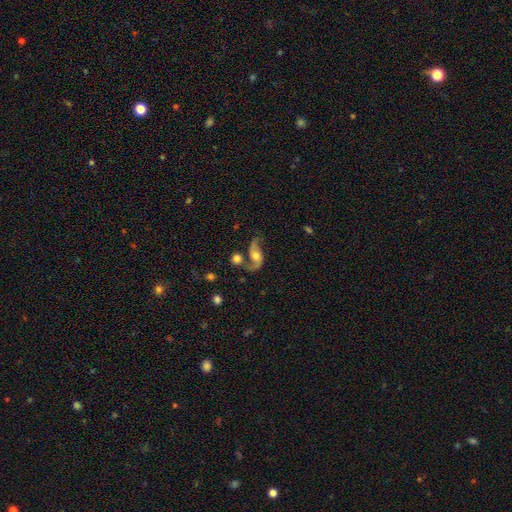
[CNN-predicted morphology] A featured or disk galaxy (82%) with no bar (64%), 2 (90%) loose (75%) spiral arms (94%) and a moderate central bulge (61%).

Vote fractions:
- Smooth or featured? featured or disk: 82% / smooth: 11% / star or artifact: 7%
- Edge-on disk? no: 96% / yes: 4%
- Bar? no: 64% / weak: 28% / strong: 8%
- Spiral arms? yes: 94% / no: 6%
- Spiral winding? loose: 75% / medium: 21% / tight: 5%
- Spiral arm count? 2: 90% / 1: 5% / can't tell: 2% / 3: 1% / 4: 1% / more than 4: 1%
- Bulge size? moderate: 61% / small: 20% / large: 13% / none: 4% / dominant: 2%
- Merging? none: 51% / merger: 20% / minor disturbance: 16% / major disturbance: 13%